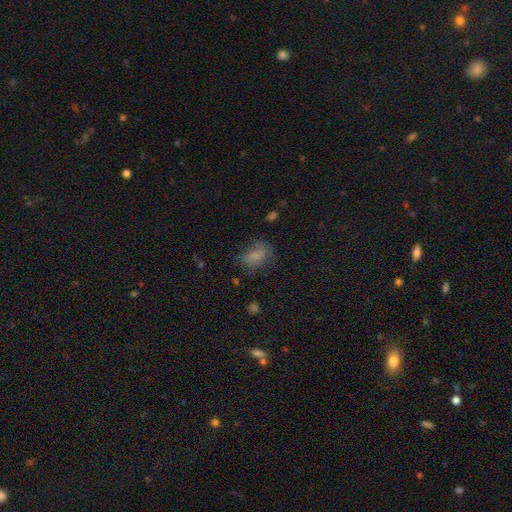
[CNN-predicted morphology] Q: Smooth or featured?
A: smooth (71%); runner-up: featured or disk (15%)
Q: How rounded?
A: in between (83%); runner-up: round (14%)
Q: Merging?
A: none (54%); runner-up: minor disturbance (27%)